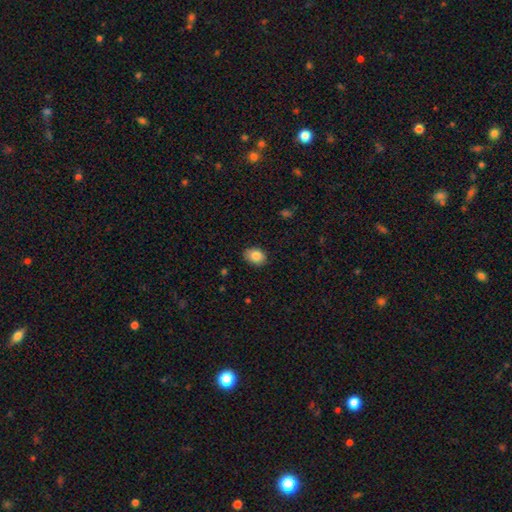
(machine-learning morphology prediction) Overall: smooth (85%). How rounded: in between (72%). Merging: none (87%).